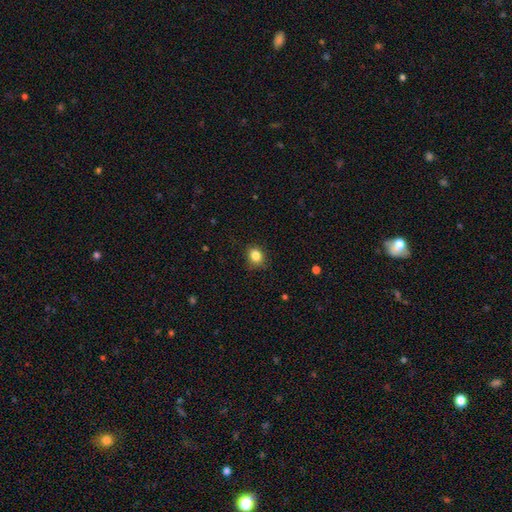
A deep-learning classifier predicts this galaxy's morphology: This appears to be a smooth galaxy with no disk features (84%) that is round (62%). Merging: none (84%).